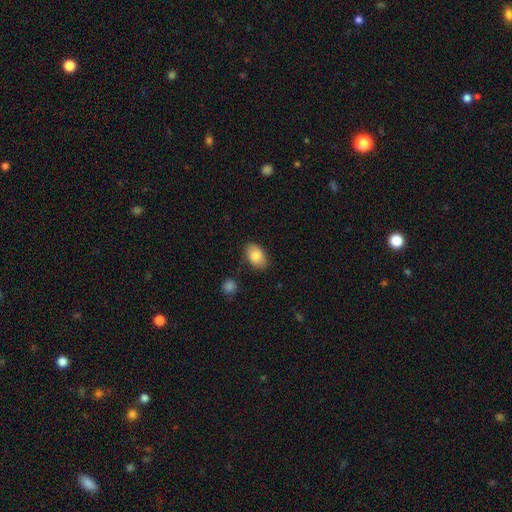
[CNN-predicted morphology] type=smooth (85%); roundness=in between (90%); merging=none (82%).